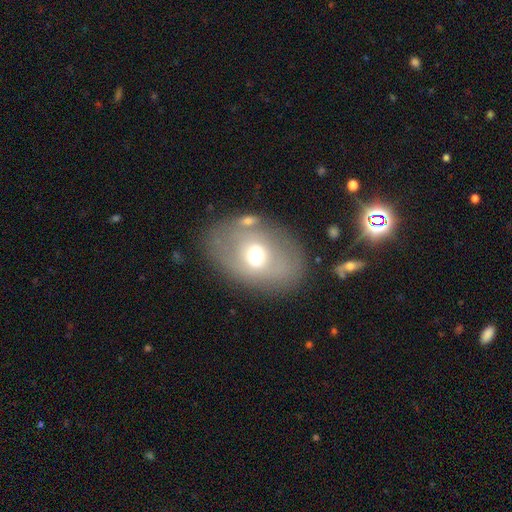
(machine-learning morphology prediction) Smooth or featured? Predicted: smooth (p=0.49). Merging? Predicted: none (p=0.77).